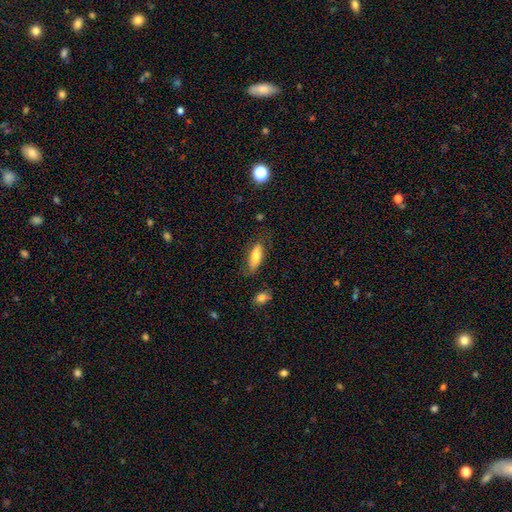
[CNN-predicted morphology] A smooth galaxy with no disk features (73%) that is in between round and cigar-shaped (66%).

Vote fractions:
- Smooth or featured? smooth: 73% / featured or disk: 20% / star or artifact: 7%
- How rounded? in between: 66% / cigar-shaped: 32% / round: 2%
- Merging? none: 68% / minor disturbance: 22% / major disturbance: 7% / merger: 3%